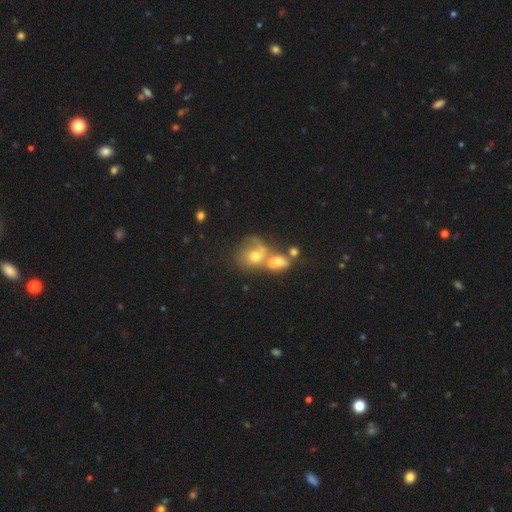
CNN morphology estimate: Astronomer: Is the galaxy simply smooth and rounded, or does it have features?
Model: smooth — 55% (runner-up: featured or disk, 32%).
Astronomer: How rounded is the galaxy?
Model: round — 63%.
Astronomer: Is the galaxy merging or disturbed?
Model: merger — 62%.